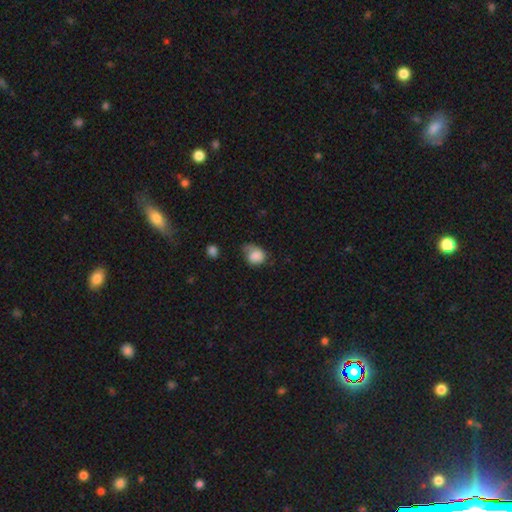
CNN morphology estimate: smooth 78%, featured or disk 14%, star or artifact 8%. Down the decision tree: how rounded — round (56%); merging — minor disturbance (37%).